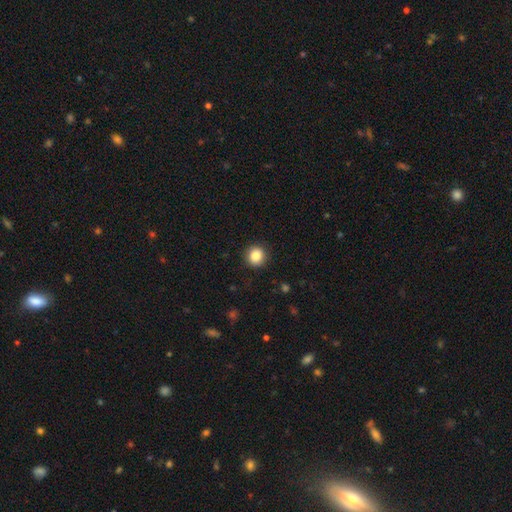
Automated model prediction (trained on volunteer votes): smooth_or_featured: smooth (p=0.86) [alt: star or artifact p=0.09]
how_rounded: round (p=0.91) [alt: in between p=0.09]
merging: none (p=0.90) [alt: minor disturbance p=0.07]